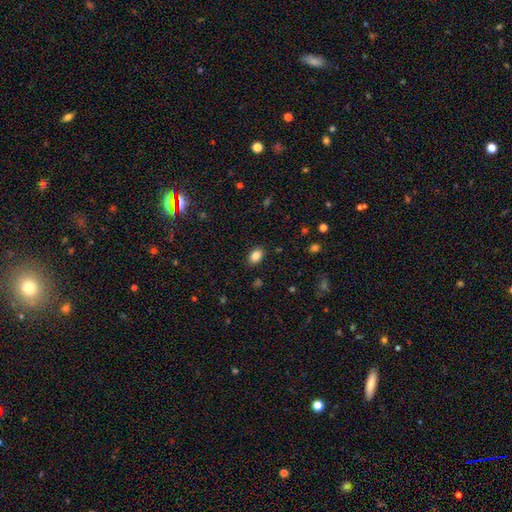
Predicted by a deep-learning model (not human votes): Smooth or featured? smooth (86%)
How rounded? in between (82%)
Merging? none (87%)